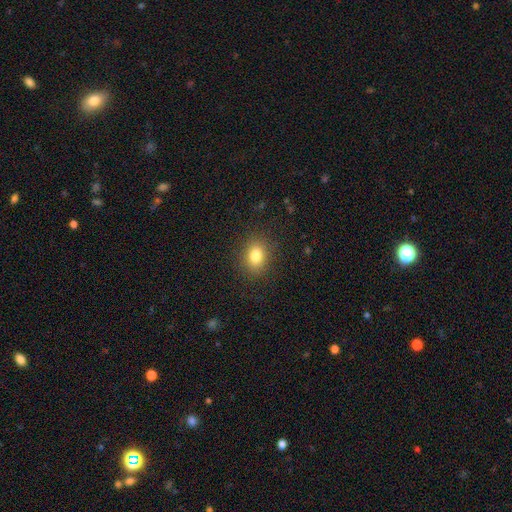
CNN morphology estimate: smooth_or_featured: smooth (p=0.82) [alt: star or artifact p=0.11]
how_rounded: in between (p=0.60) [alt: round p=0.39]
merging: none (p=0.87) [alt: minor disturbance p=0.09]